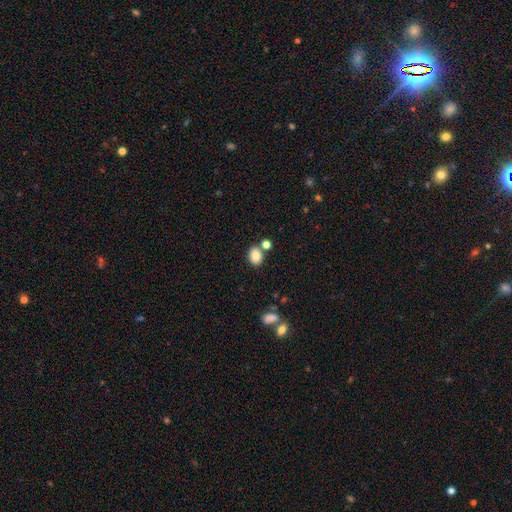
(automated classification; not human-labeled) Smooth or featured? Predicted: smooth (p=0.84). How rounded? Predicted: in between (p=0.61). Merging? Predicted: none (p=0.69).